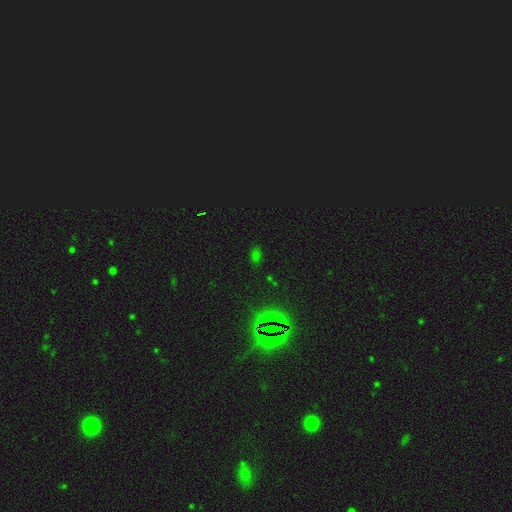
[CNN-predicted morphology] A star or artifact, not a galaxy (59%).

Vote fractions:
- Smooth or featured? star or artifact: 59% / smooth: 34% / featured or disk: 7%